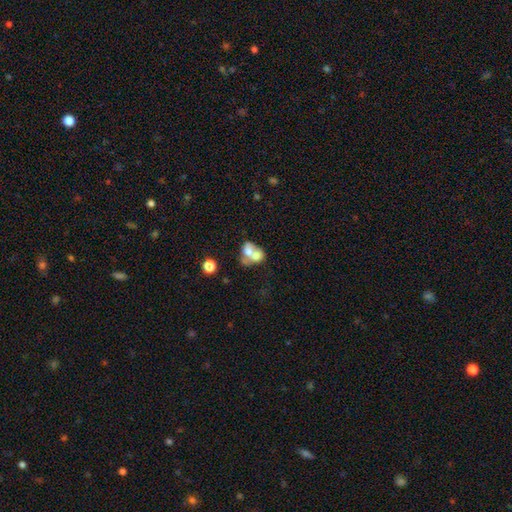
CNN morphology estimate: This is possibly a smooth galaxy (58%). How rounded: possibly round (52%). Merging: likely merger (75%).